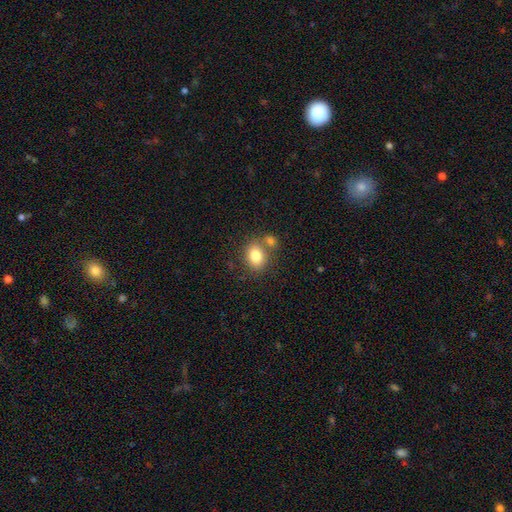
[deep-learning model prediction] A smooth galaxy with no disk features (81%) that is in between round and cigar-shaped (51%).

Vote fractions:
- Smooth or featured? smooth: 81% / featured or disk: 10% / star or artifact: 10%
- How rounded? in between: 51% / round: 48% / cigar-shaped: 1%
- Merging? none: 60% / merger: 24% / minor disturbance: 12% / major disturbance: 4%